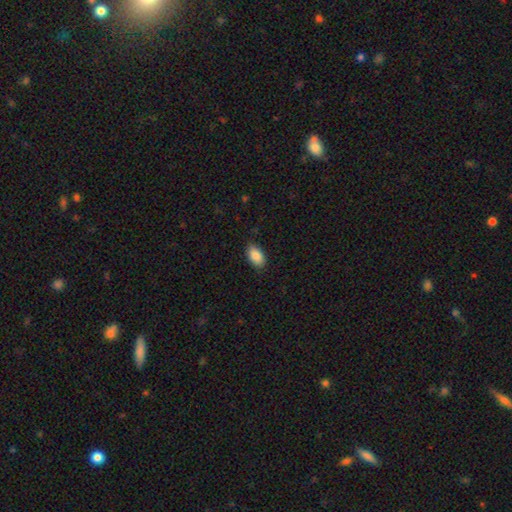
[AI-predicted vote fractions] The model was most divided on "merging": none: 86%, minor disturbance: 10%, major disturbance: 2%, merger: 1%. More confident: how rounded — in between (93%); smooth or featured — smooth (88%).